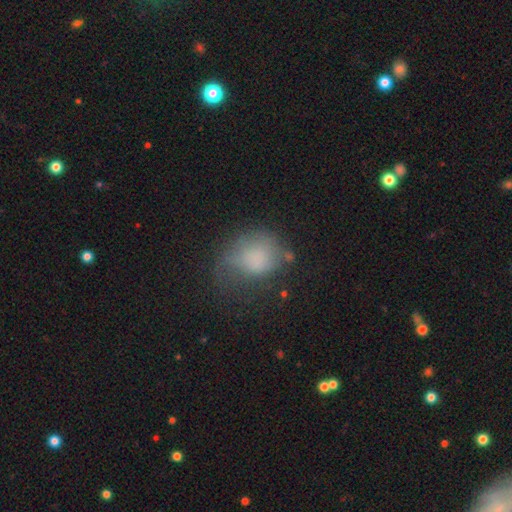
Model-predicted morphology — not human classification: Q: Smooth or featured?
A: smooth (69%); runner-up: featured or disk (19%)
Q: How rounded?
A: in between (52%); runner-up: round (47%)
Q: Merging?
A: none (37%); runner-up: minor disturbance (32%)